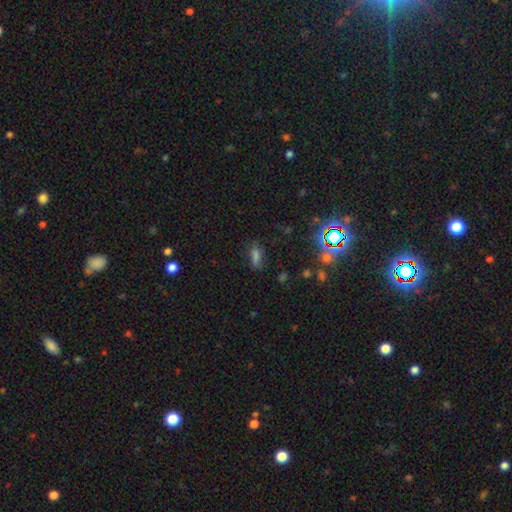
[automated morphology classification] A smooth galaxy with no disk features (69%) that is in between round and cigar-shaped (68%). Merging: none (67%).